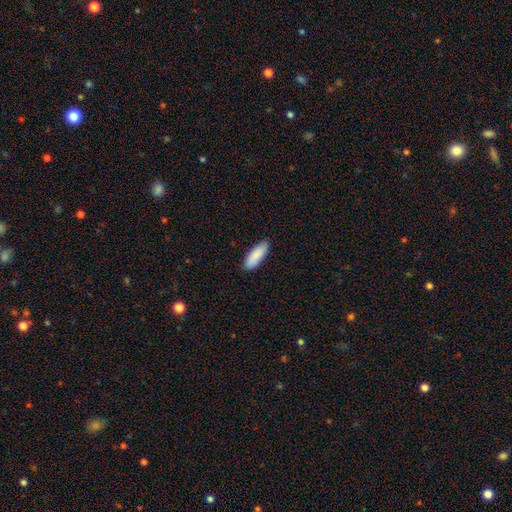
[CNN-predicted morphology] Q: Smooth or featured?
A: smooth (89%); runner-up: featured or disk (6%)
Q: How rounded?
A: in between (63%); runner-up: cigar-shaped (35%)
Q: Merging?
A: none (87%); runner-up: minor disturbance (10%)